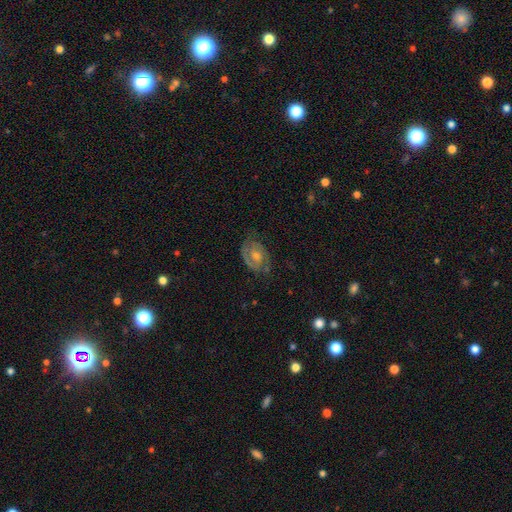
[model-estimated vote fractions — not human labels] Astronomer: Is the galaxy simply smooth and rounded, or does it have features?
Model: featured or disk — 77%.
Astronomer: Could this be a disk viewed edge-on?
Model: no — 97%.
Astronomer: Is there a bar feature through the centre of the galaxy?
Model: no — 58% (runner-up: weak, 35%).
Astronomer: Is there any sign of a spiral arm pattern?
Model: yes — 91%.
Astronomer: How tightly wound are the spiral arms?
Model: tight — 53% (runner-up: medium, 37%).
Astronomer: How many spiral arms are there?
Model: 2 — 73%.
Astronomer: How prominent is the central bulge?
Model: moderate — 56%.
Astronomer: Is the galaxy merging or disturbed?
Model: none — 74%.